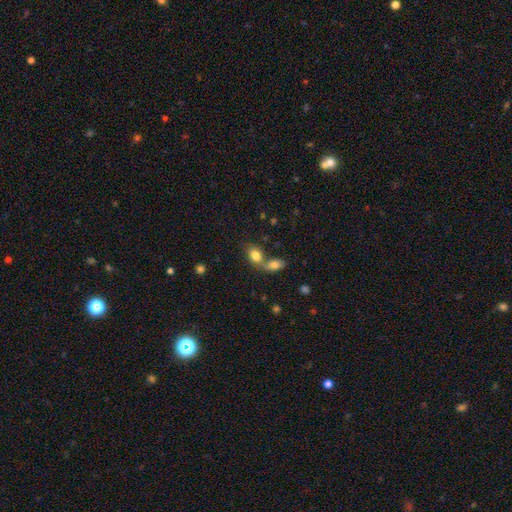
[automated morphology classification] smooth_or_featured: smooth (p=0.81) [alt: featured or disk p=0.10]
how_rounded: in between (p=0.74) [alt: round p=0.24]
merging: merger (p=0.60) [alt: none p=0.29]